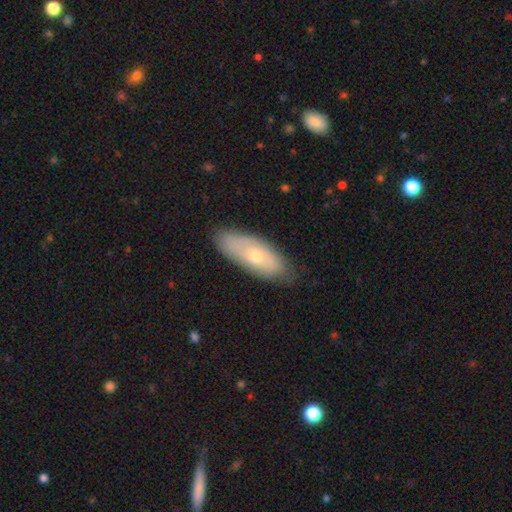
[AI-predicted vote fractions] smooth 50%, featured or disk 44%, star or artifact 6%. Down the decision tree: merging — none (76%).